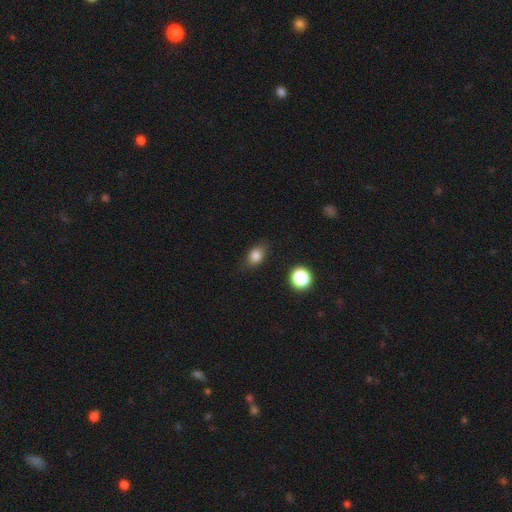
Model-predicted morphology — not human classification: This appears to be a smooth galaxy with no disk features (81%) that is in between round and cigar-shaped (74%). Merging: none (81%).